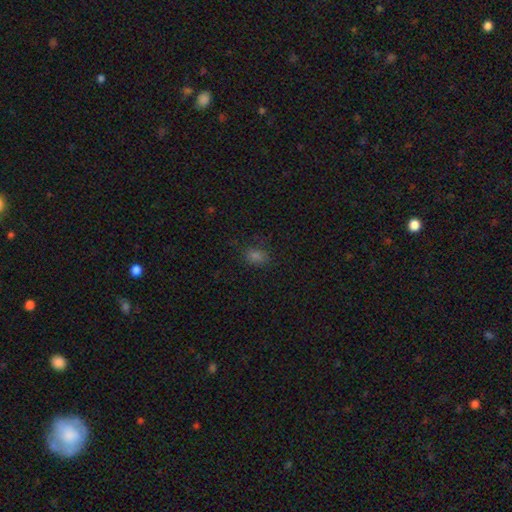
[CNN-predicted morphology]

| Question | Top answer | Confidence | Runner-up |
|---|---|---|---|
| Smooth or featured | smooth | 73% | star or artifact (22%) |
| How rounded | in between | 69% | round (29%) |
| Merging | none | 79% | minor disturbance (15%) |